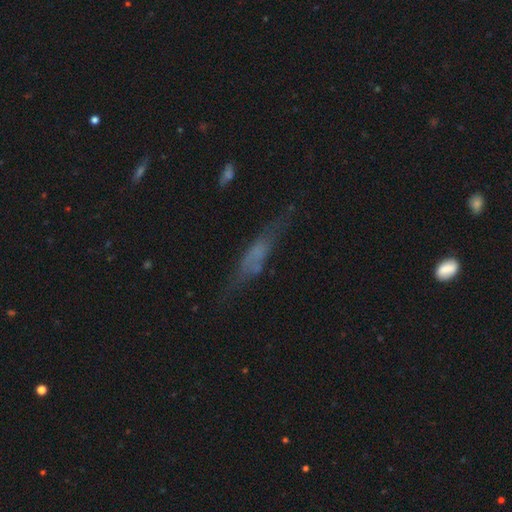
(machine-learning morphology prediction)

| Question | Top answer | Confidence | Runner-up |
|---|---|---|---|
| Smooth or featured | smooth | 43% | tied: featured or disk (43%) |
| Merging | none | 62% | minor disturbance (22%) |